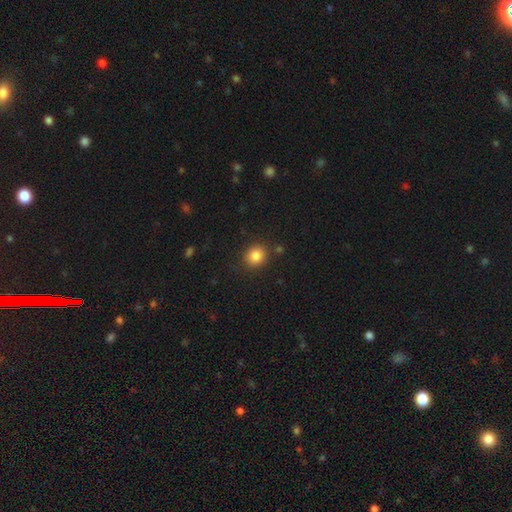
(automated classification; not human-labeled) Morphology: type=smooth (85%); roundness=round (78%); merging=none (85%).